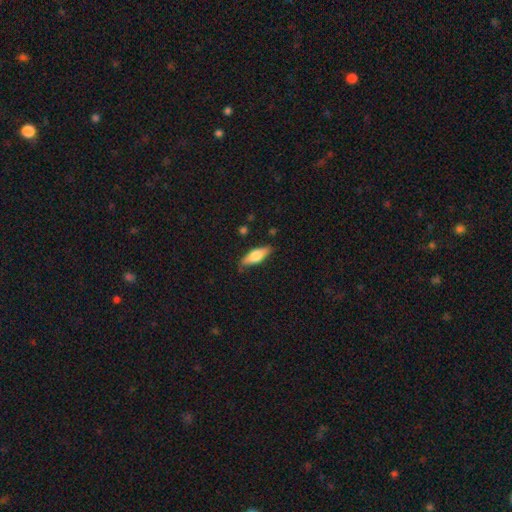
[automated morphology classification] Smooth or featured? smooth (66%)
How rounded? in between (61%)
Merging? none (81%)